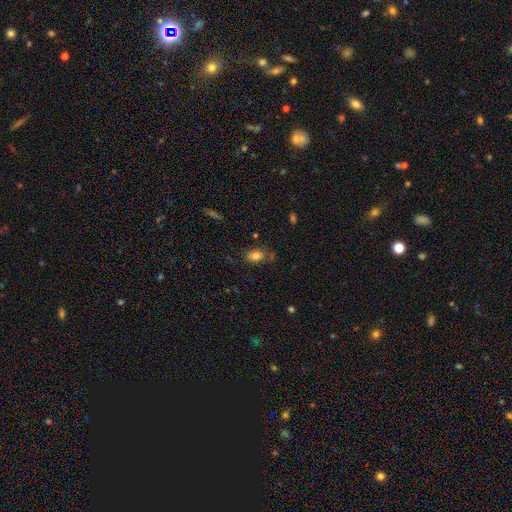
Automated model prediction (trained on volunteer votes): Smooth or featured? Predicted: smooth (p=0.80). How rounded? Predicted: in between (p=0.85). Merging? Predicted: none (p=0.70).